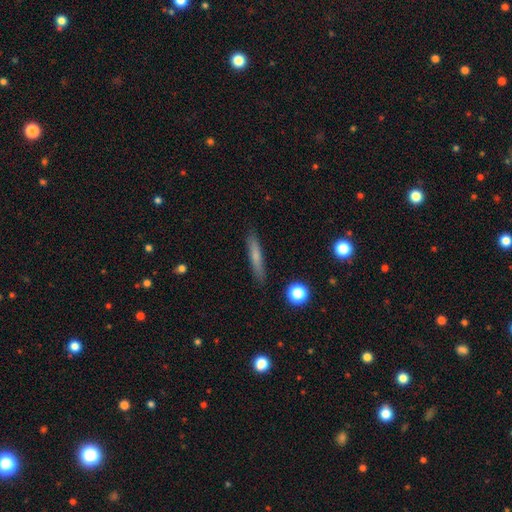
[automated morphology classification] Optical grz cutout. It shows a smooth galaxy with no disk features (67%) that is cigar-shaped (91%). Merging: none (89%).